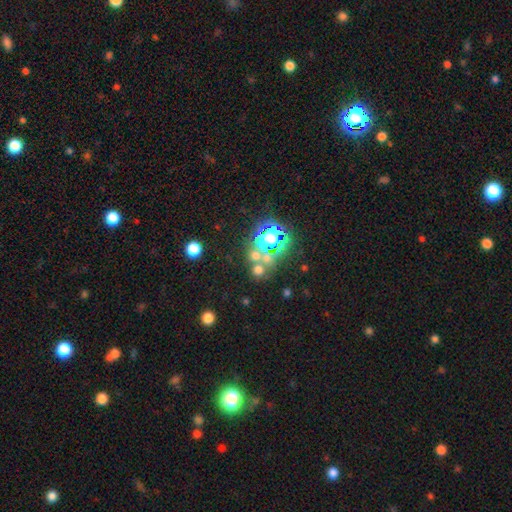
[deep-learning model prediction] smooth 45%, star or artifact 42%, featured or disk 13%. Down the decision tree: merging — none (57%).